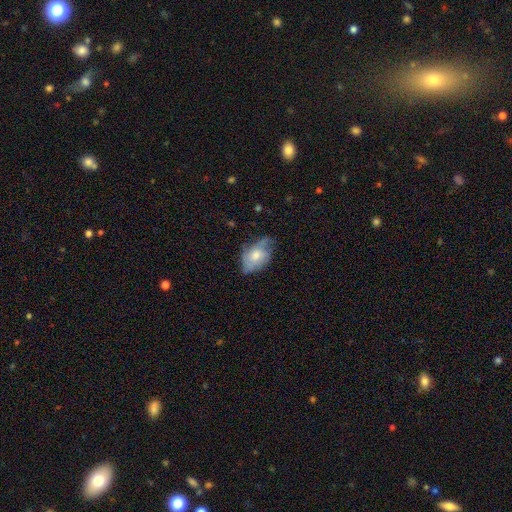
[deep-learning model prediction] Smooth or featured?
  - smooth: 50% *
  - featured or disk: 42%
  - star or artifact: 7%
How rounded?
  - in between: 86% *
  - round: 12%
  - cigar-shaped: 2%
Merging?
  - none: 43% *
  - minor disturbance: 37%
  - major disturbance: 18%
  - merger: 2%